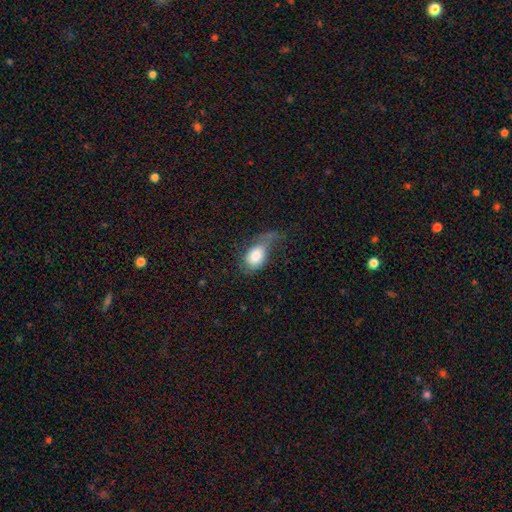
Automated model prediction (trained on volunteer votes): smooth_or_featured: smooth (p=0.75) [alt: featured or disk p=0.17]
how_rounded: in between (p=0.82) [alt: round p=0.15]
merging: major disturbance (p=0.43) [alt: minor disturbance p=0.28]